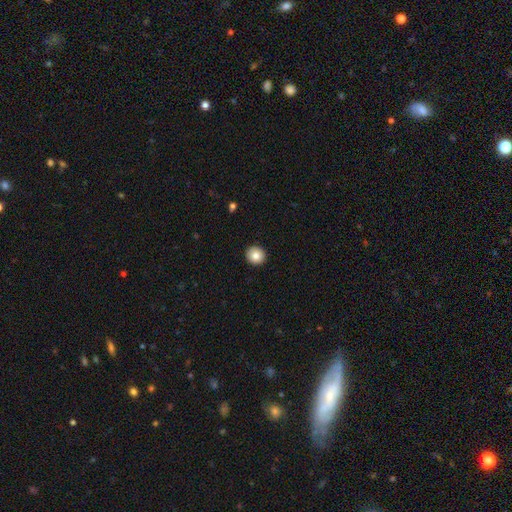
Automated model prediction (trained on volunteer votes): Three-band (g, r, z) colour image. It shows a smooth galaxy with no disk features (83%) that is round (90%). Merging: none (93%).